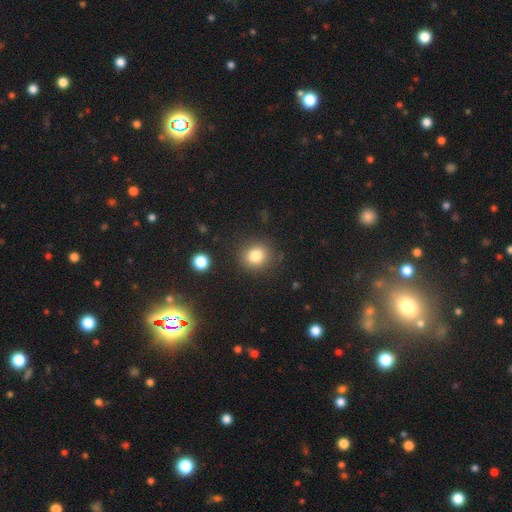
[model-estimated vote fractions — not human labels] A smooth galaxy with no disk features (81%) that is round (82%).

Vote fractions:
- Smooth or featured? smooth: 81% / star or artifact: 12% / featured or disk: 7%
- How rounded? round: 82% / in between: 17% / cigar-shaped: 1%
- Merging? none: 86% / minor disturbance: 9% / major disturbance: 3% / merger: 2%